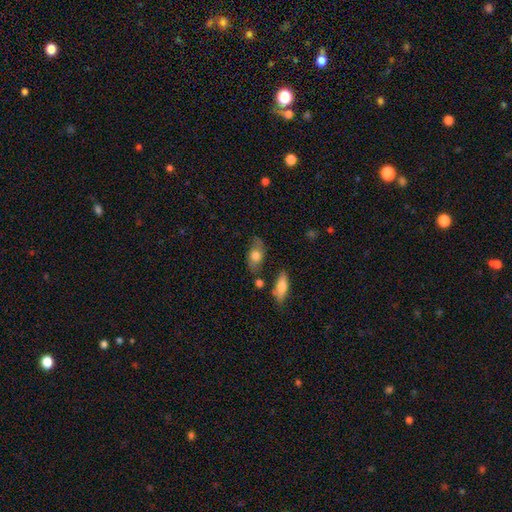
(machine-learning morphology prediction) Overall: smooth (61%; featured or disk 32%). How rounded: in between (85%). Merging: none (72%).